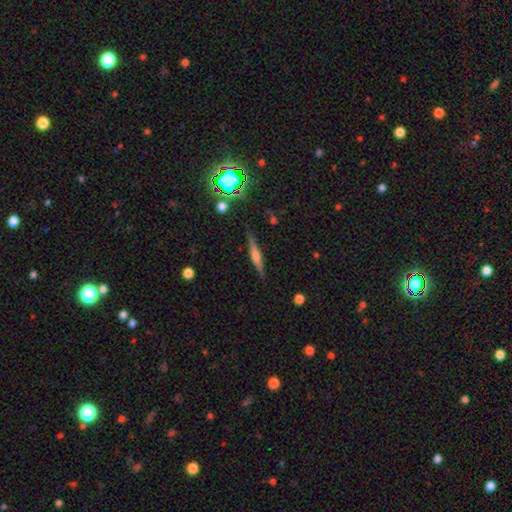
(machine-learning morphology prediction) This is likely a featured or disk galaxy (60%). It is clearly viewed edge-on (97%). Edge-on bulge: likely rounded (72%). Merging: clearly none (87%).